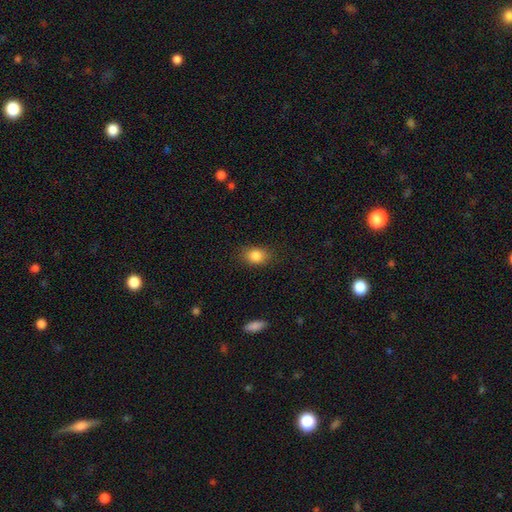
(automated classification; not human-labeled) Smooth or featured: smooth — 85% (star or artifact — 9%)
How rounded: in between — 63% (round — 36%)
Merging: none — 82% (minor disturbance — 13%)